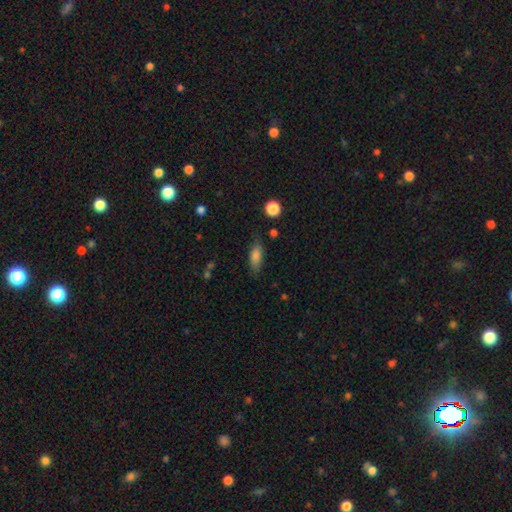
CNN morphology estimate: Q: Smooth or featured?
A: smooth (80%); runner-up: featured or disk (12%)
Q: How rounded?
A: in between (74%); runner-up: cigar-shaped (23%)
Q: Merging?
A: none (74%); runner-up: minor disturbance (19%)